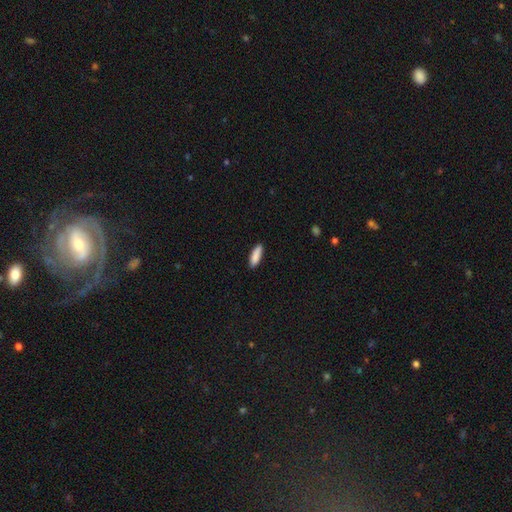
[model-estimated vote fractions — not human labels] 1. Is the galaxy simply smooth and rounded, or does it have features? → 88% smooth, 6% star or artifact, 6% featured or disk.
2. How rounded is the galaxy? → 56% cigar-shaped, 42% in between, 2% round.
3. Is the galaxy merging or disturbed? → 87% none, 10% minor disturbance, 2% major disturbance, 1% merger.